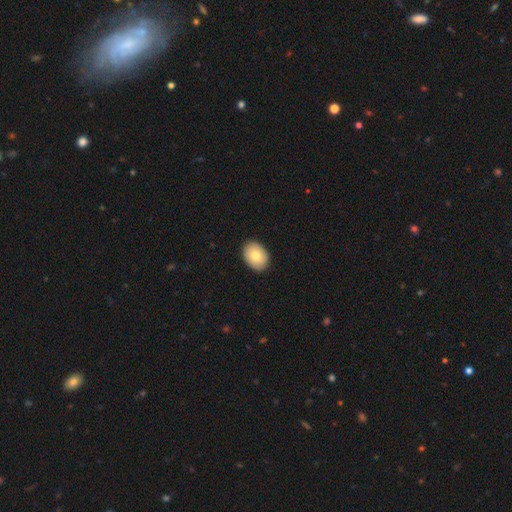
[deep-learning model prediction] smooth 81%, featured or disk 12%, star or artifact 7%. Down the decision tree: how rounded — in between (69%); merging — none (90%).